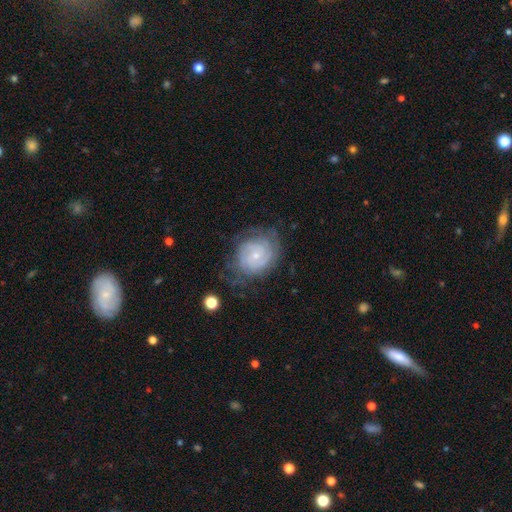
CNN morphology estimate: A featured or disk galaxy (78%) with no bar (72%), tight (70%) spiral arms (92%) and a small central bulge (75%).

Vote fractions:
- Smooth or featured? featured or disk: 78% / smooth: 15% / star or artifact: 7%
- Edge-on disk? no: 98% / yes: 2%
- Bar? no: 72% / weak: 24% / strong: 4%
- Spiral arms? yes: 92% / no: 8%
- Spiral winding? tight: 70% / medium: 23% / loose: 6%
- Spiral arm count? can't tell: 39% / 2: 29% / 3: 15% / 4: 8% / 1: 5% / more than 4: 4%
- Bulge size? small: 75% / moderate: 21% / none: 2% / large: 1% / dominant: 1%
- Merging? none: 64% / minor disturbance: 23% / major disturbance: 12% / merger: 2%